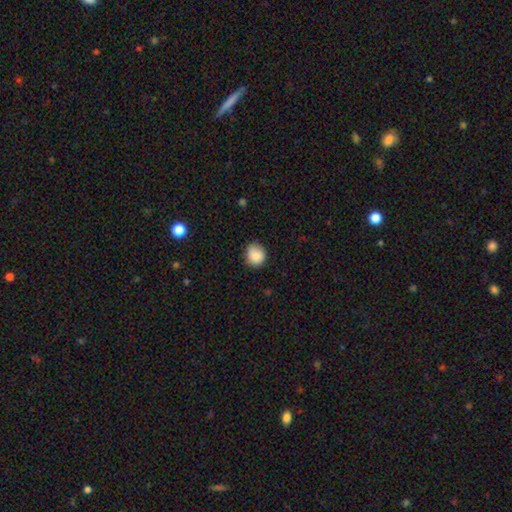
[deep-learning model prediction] Overall: smooth (84%). How rounded: round (75%). Merging: none (74%).